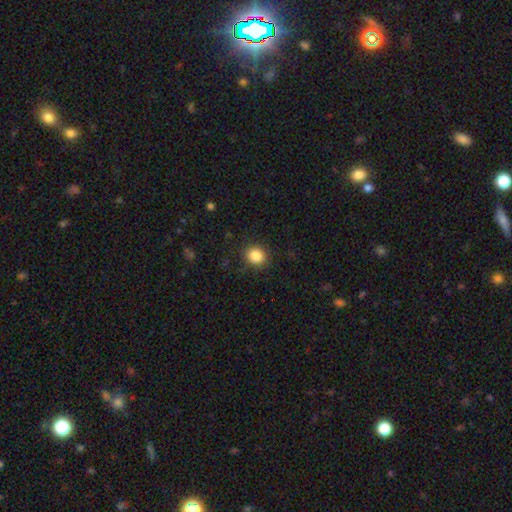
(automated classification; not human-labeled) A smooth galaxy with no disk features (86%) that is round (76%).

Vote fractions:
- Smooth or featured? smooth: 86% / star or artifact: 10% / featured or disk: 4%
- How rounded? round: 76% / in between: 23% / cigar-shaped: 1%
- Merging? none: 86% / minor disturbance: 10% / major disturbance: 3% / merger: 1%